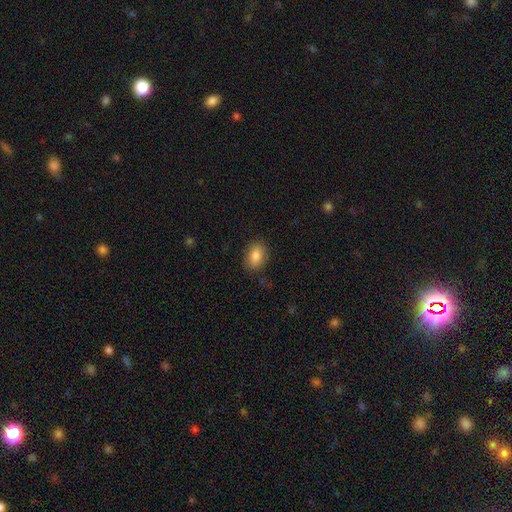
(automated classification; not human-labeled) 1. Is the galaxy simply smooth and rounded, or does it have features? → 85% smooth, 8% star or artifact, 7% featured or disk.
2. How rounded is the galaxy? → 80% in between, 19% round, 2% cigar-shaped.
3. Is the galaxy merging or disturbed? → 83% none, 12% minor disturbance, 3% major disturbance, 1% merger.